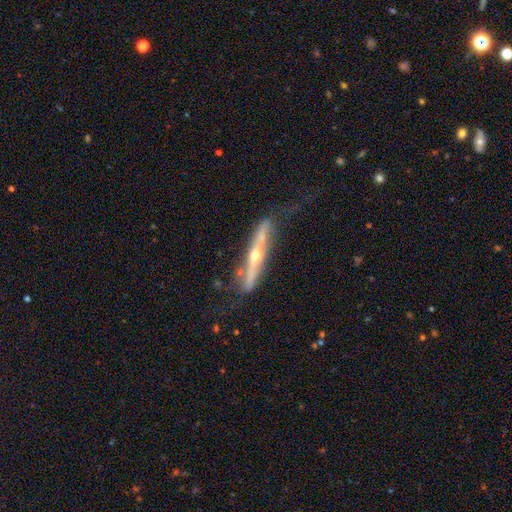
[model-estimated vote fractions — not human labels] This appears to be a featured or disk galaxy (72%) viewed edge-on (88%) with a rounded central bulge (86%). Merging: none (59%).